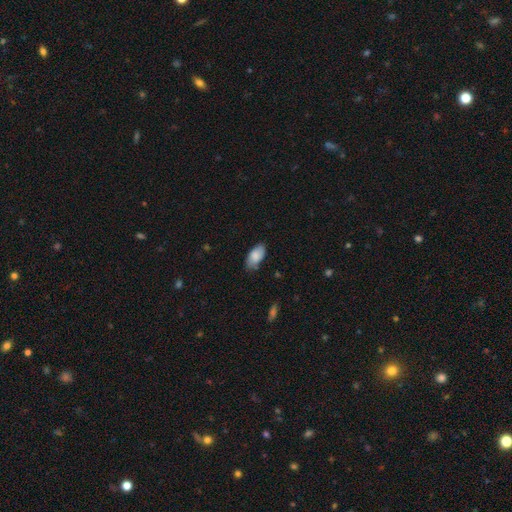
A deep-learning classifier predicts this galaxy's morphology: type=smooth (82%); roundness=in between (94%); merging=none (75%).